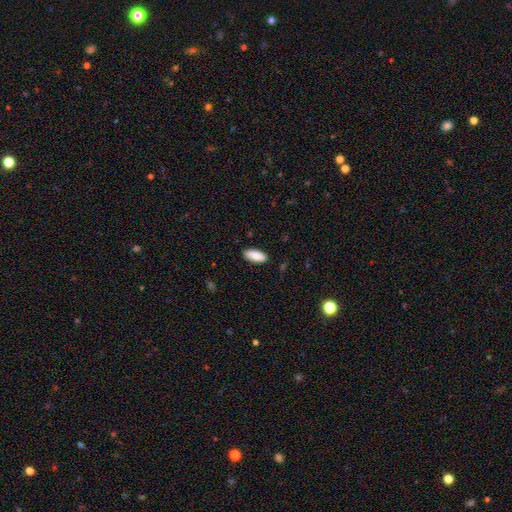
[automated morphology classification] This is clearly a smooth galaxy (86%). How rounded: clearly in between (85%). Merging: clearly none (86%).